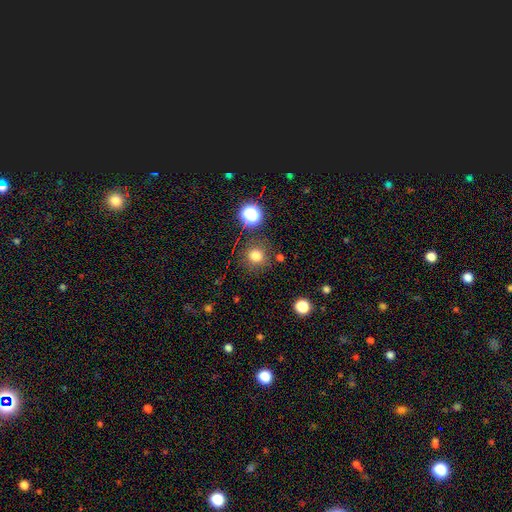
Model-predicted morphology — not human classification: Q: Smooth or featured?
A: smooth (78%); runner-up: star or artifact (16%)
Q: How rounded?
A: round (90%); runner-up: in between (9%)
Q: Merging?
A: none (82%); runner-up: minor disturbance (10%)